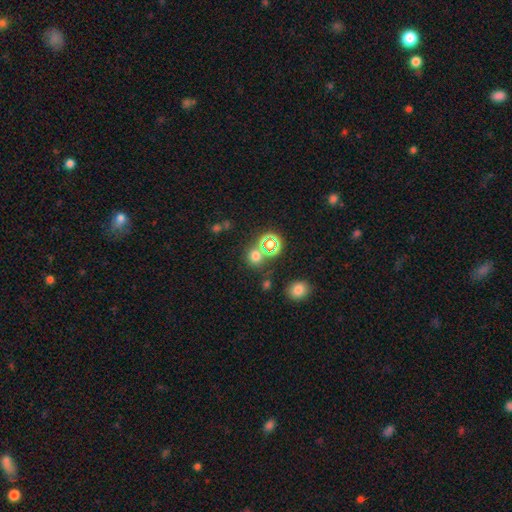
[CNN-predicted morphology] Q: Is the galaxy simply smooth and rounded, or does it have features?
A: smooth — 64%.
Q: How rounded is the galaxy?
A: round — 85%.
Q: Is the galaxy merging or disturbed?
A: none — 73%.